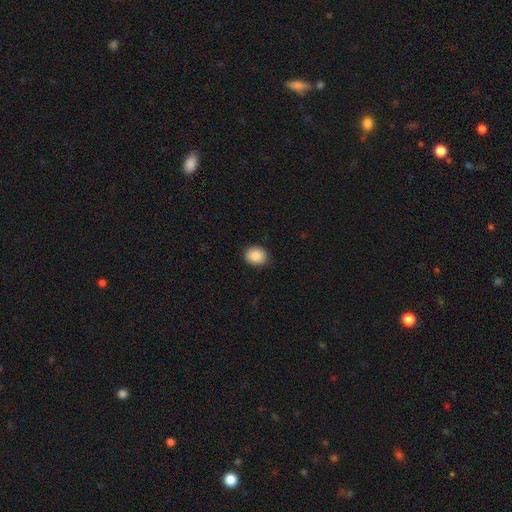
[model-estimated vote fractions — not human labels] A smooth galaxy with no disk features (89%) that is round (59%).

Vote fractions:
- Smooth or featured? smooth: 89% / star or artifact: 8% / featured or disk: 3%
- How rounded? round: 59% / in between: 41% / cigar-shaped: 1%
- Merging? none: 89% / minor disturbance: 8% / major disturbance: 2% / merger: 1%